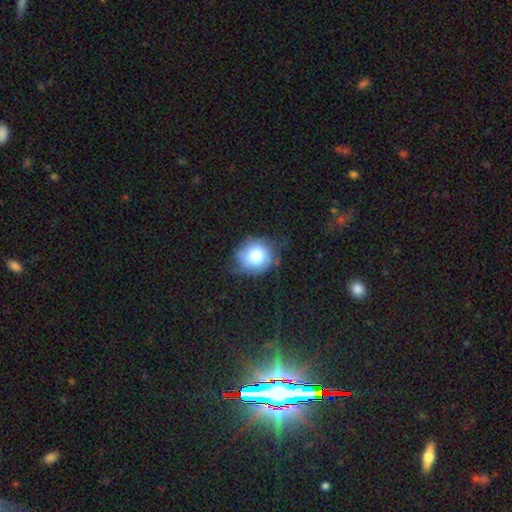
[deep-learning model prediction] Smooth or featured: smooth — 65% (featured or disk — 26%)
How rounded: round — 80% (in between — 19%)
Merging: none — 60% (minor disturbance — 27%)